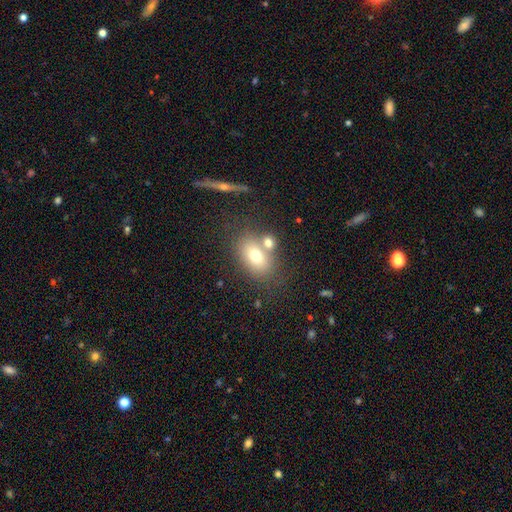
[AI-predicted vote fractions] A smooth galaxy with no disk features (70%) that is in between round and cigar-shaped (74%). Merging: none (56%).